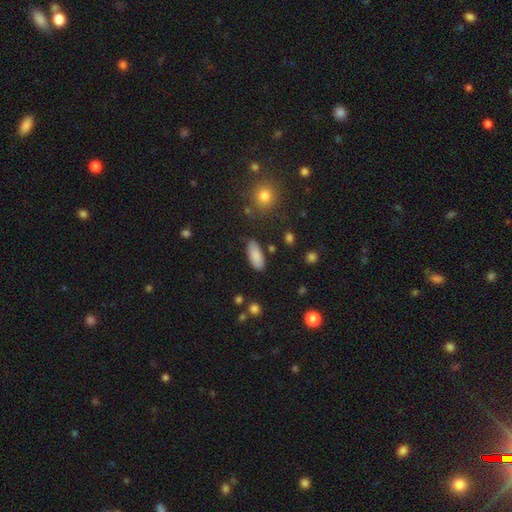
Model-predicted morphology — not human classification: Q: Smooth or featured?
A: smooth (86%); runner-up: star or artifact (7%)
Q: How rounded?
A: in between (84%); runner-up: cigar-shaped (14%)
Q: Merging?
A: none (82%); runner-up: minor disturbance (12%)